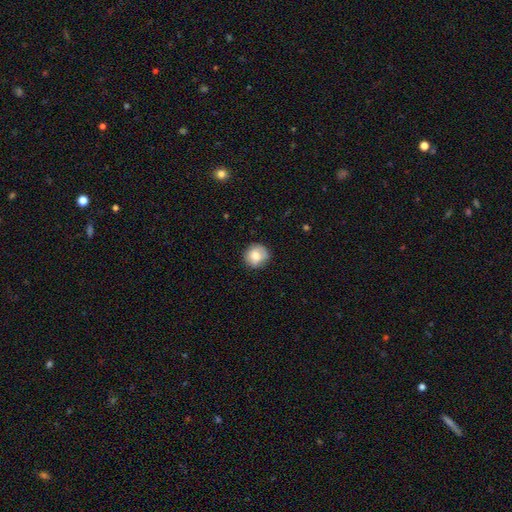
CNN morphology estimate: This is likely a smooth galaxy (77%). How rounded: clearly round (86%). Merging: likely none (77%).